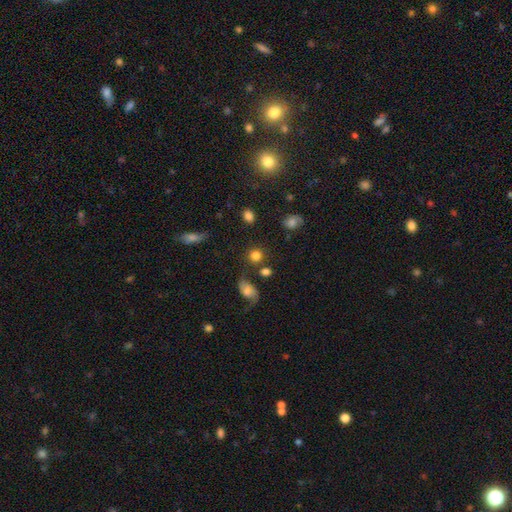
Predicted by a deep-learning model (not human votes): smooth 81%, star or artifact 11%, featured or disk 8%. Down the decision tree: how rounded — round (87%); merging — none (74%).